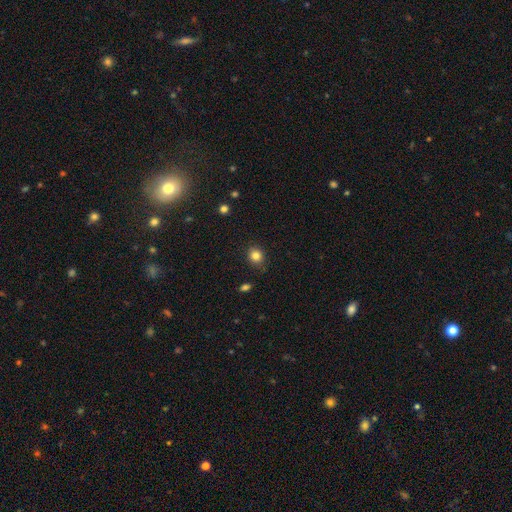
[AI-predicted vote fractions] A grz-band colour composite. It shows a smooth galaxy with no disk features (83%) that is round (77%). Merging: none (85%).